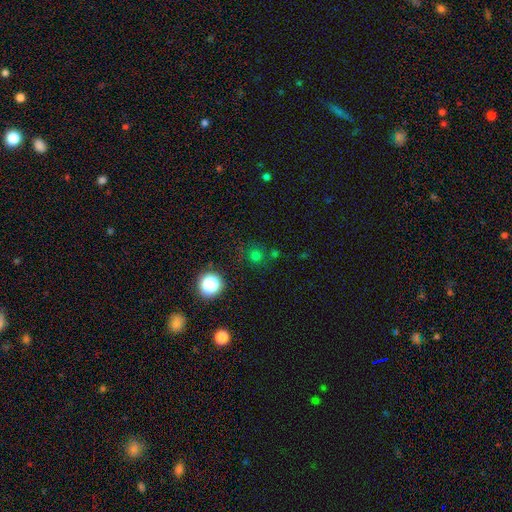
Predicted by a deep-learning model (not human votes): Morphology: type=smooth (64%); roundness=round (92%); merging=none (77%).